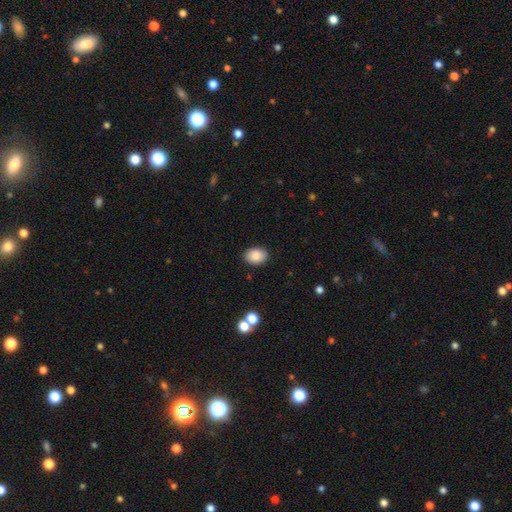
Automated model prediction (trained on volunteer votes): smooth_or_featured: smooth (p=0.88) [alt: star or artifact p=0.08]
how_rounded: in between (p=0.74) [alt: round p=0.25]
merging: none (p=0.87) [alt: minor disturbance p=0.09]